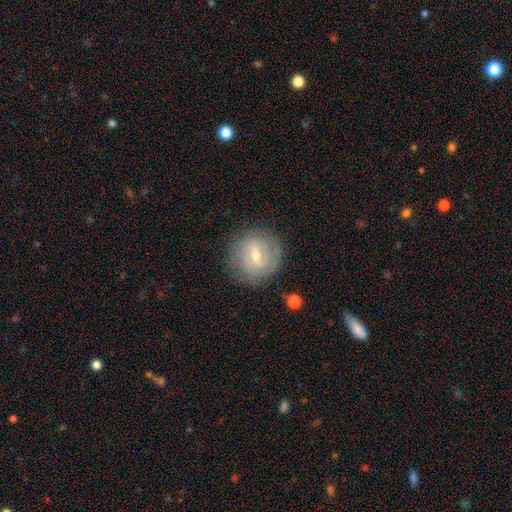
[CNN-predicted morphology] Smooth or featured?
  - featured or disk: 65% *
  - smooth: 27%
  - star or artifact: 8%
Edge-on disk?
  - no: 95% *
  - yes: 5%
Bar?
  - weak: 57% *
  - strong: 25%
  - no: 18%
Spiral arms?
  - yes: 77% *
  - no: 23%
Bulge size?
  - small: 52% *
  - moderate: 44%
  - large: 2%
  - none: 1%
  - dominant: 1%
Merging?
  - none: 81% *
  - minor disturbance: 13%
  - major disturbance: 5%
  - merger: 1%